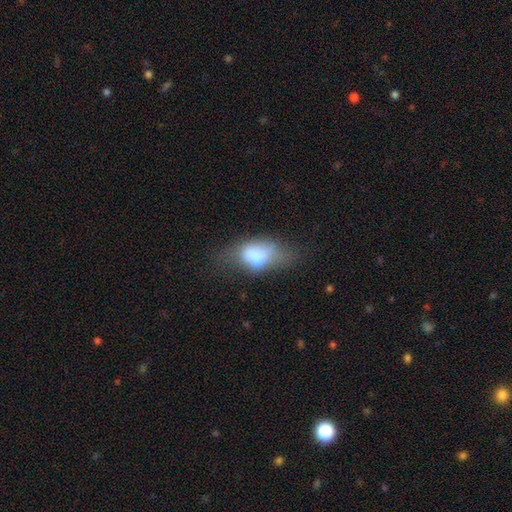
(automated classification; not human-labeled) Q: Smooth or featured?
A: smooth (70%); runner-up: featured or disk (21%)
Q: How rounded?
A: in between (85%); runner-up: round (11%)
Q: Merging?
A: major disturbance (33%); runner-up: none (31%)